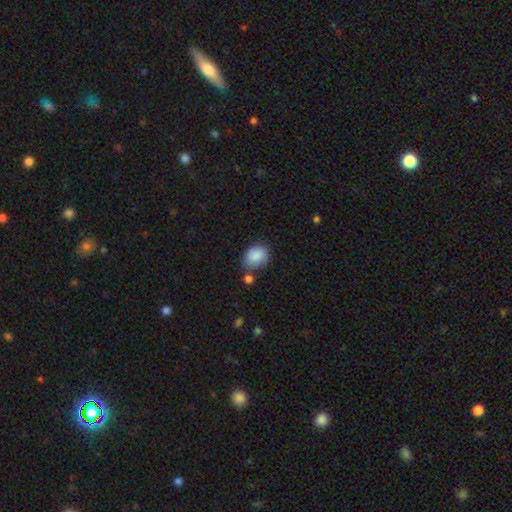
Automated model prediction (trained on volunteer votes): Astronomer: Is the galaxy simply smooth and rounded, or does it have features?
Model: smooth — 88%.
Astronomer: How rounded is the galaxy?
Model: in between — 60% (runner-up: round, 39%).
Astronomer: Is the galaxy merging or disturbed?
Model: none — 65%.